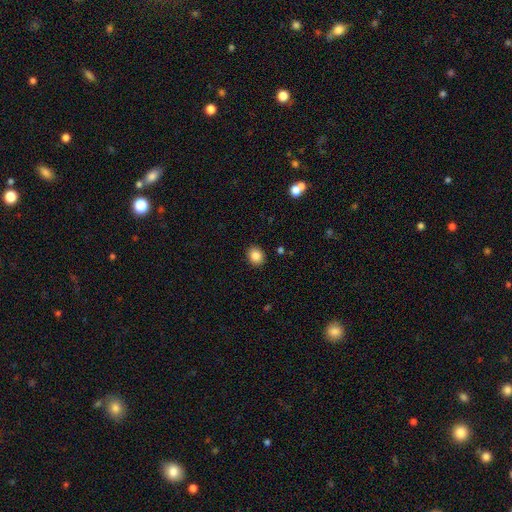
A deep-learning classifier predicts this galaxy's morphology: Smooth or featured? Predicted: smooth (p=0.86). How rounded? Predicted: round (p=0.67). Merging? Predicted: none (p=0.90).